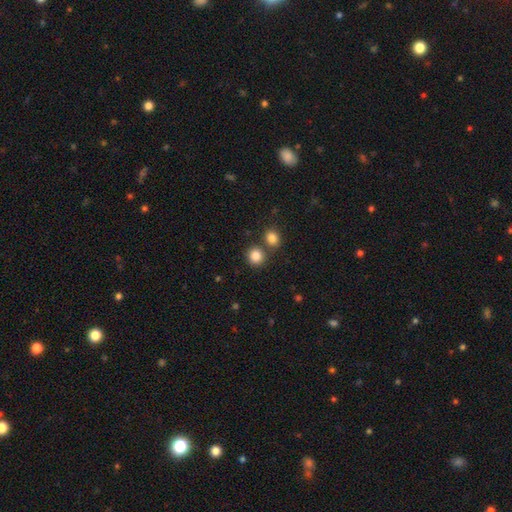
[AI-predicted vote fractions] Smooth or featured: smooth — 85% (star or artifact — 11%)
How rounded: round — 86% (in between — 13%)
Merging: none — 70% (merger — 20%)